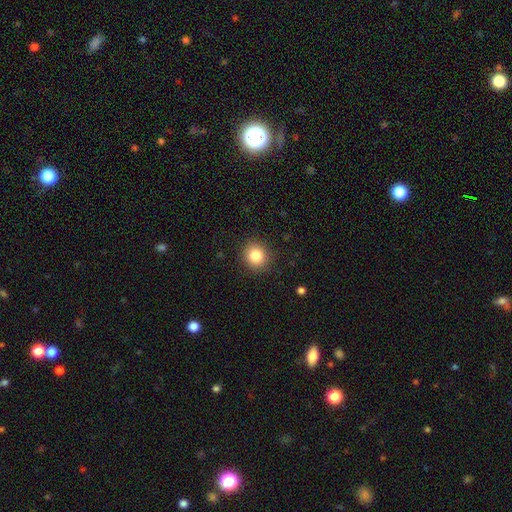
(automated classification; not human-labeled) smooth_or_featured: smooth (p=0.83) [alt: star or artifact p=0.11]
how_rounded: round (p=0.87) [alt: in between p=0.12]
merging: none (p=0.90) [alt: minor disturbance p=0.07]